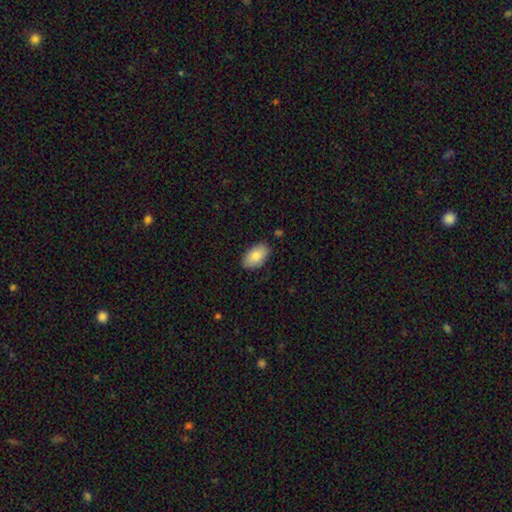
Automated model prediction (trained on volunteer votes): A smooth galaxy with no disk features (83%) that is in between round and cigar-shaped (94%). Merging: none (85%).